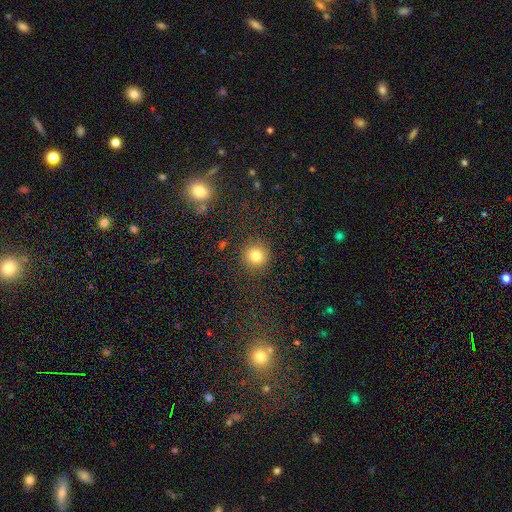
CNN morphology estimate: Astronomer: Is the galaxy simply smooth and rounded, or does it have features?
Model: smooth — 82%.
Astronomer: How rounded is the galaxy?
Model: round — 92%.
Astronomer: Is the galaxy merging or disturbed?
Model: none — 89%.